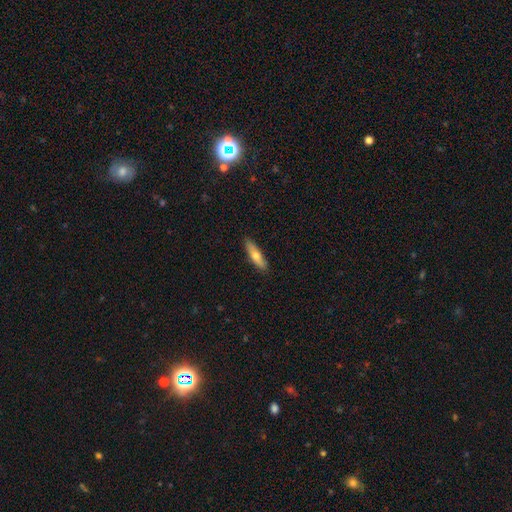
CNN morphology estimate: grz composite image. It shows a smooth galaxy with no disk features (66%) that is cigar-shaped (72%). Merging: none (89%).